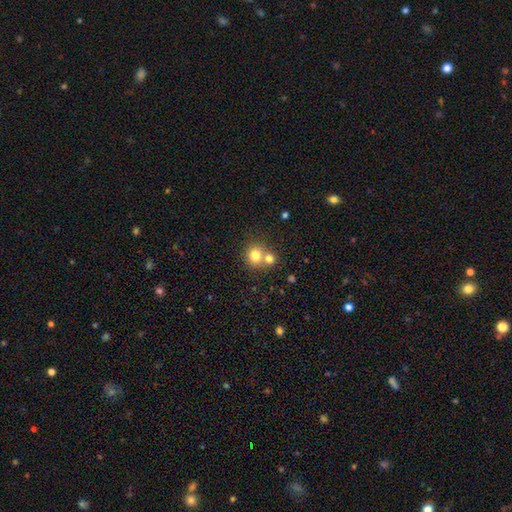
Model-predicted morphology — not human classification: type=smooth (78%); roundness=round (83%); merging=merger (46%, tied with none).